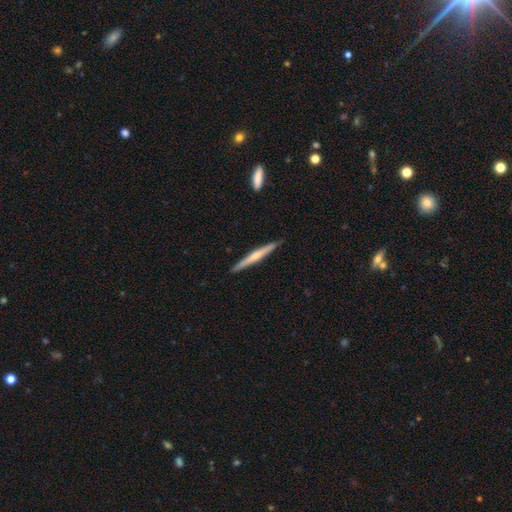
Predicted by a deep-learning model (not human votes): Overall: featured or disk (52%; smooth 42%). Edge-on disk: yes (97%). Edge-on bulge: rounded (51%; none 41%). Merging: none (90%).